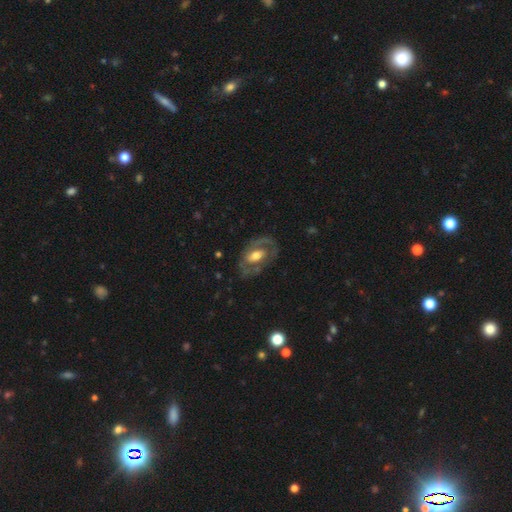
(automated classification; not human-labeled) smooth-or-featured: featured or disk: 71% | smooth: 24% | star or artifact: 5%
  disk-edge-on: no: 94% | yes: 6%
    bar: no: 51% | weak: 35% | strong: 15%
    has-spiral-arms: yes: 61% | no: 39%
    bulge-size: moderate: 61% | large: 23% | small: 13% | none: 2% | dominant: 2%
  merging: none: 67% | minor disturbance: 19% | major disturbance: 12% | merger: 2%